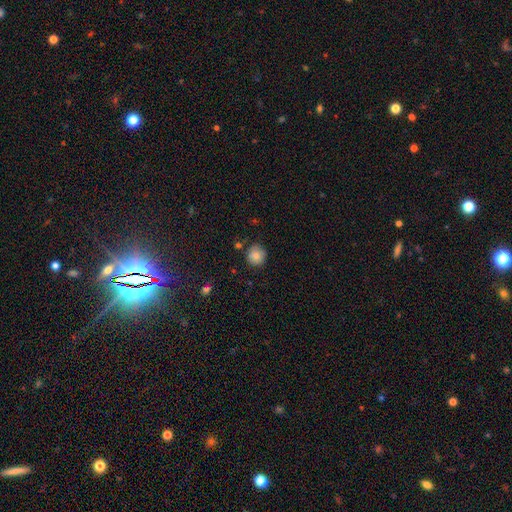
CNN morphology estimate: A smooth galaxy with no disk features (82%) that is round (91%).

Vote fractions:
- Smooth or featured? smooth: 82% / star or artifact: 9% / featured or disk: 9%
- How rounded? round: 91% / in between: 8% / cigar-shaped: 1%
- Merging? none: 82% / minor disturbance: 12% / merger: 3% / major disturbance: 3%